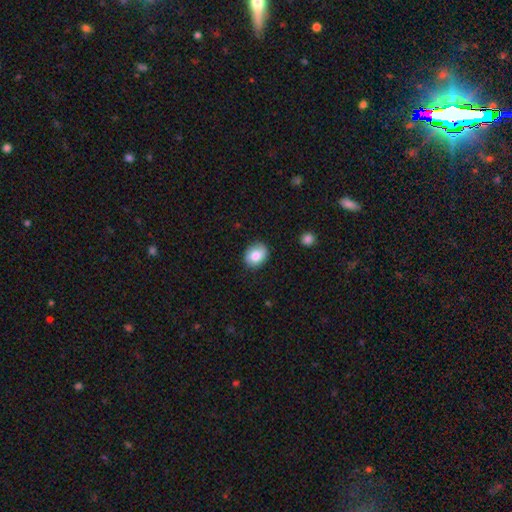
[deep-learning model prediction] smooth_or_featured: smooth (p=0.81) [alt: featured or disk p=0.11]
how_rounded: in between (p=0.53) [alt: round p=0.46]
merging: none (p=0.84) [alt: minor disturbance p=0.13]